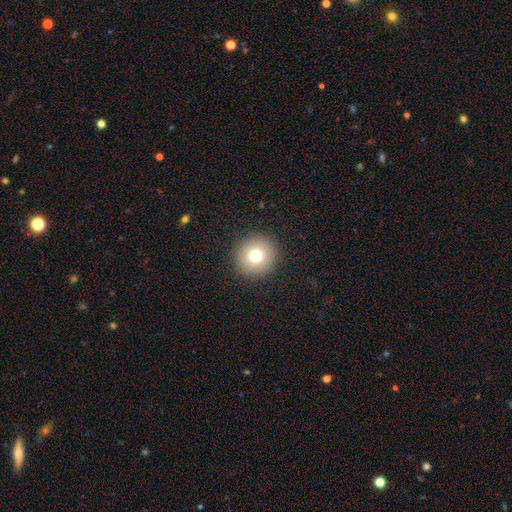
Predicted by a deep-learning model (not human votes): This appears to be a smooth galaxy with no disk features (74%) that is round (95%). Merging: none (92%).